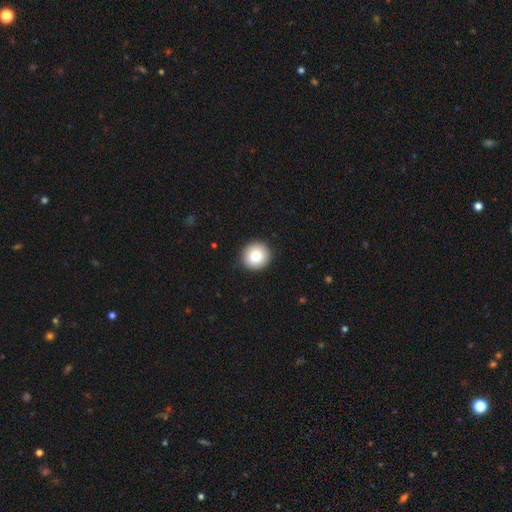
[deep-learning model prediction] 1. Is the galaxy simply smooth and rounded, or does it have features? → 84% smooth, 8% star or artifact, 7% featured or disk.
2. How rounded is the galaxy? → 93% round, 6% in between, 1% cigar-shaped.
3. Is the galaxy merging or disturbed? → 92% none, 6% minor disturbance, 2% major disturbance, 1% merger.